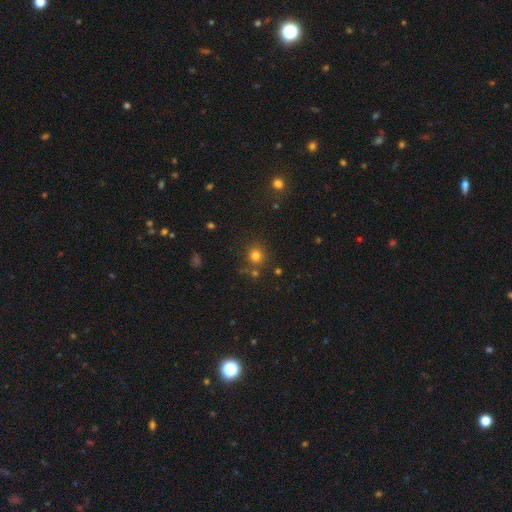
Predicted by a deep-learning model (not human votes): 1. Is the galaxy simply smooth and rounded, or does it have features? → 76% smooth, 17% star or artifact, 7% featured or disk.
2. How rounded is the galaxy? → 89% round, 10% in between, 1% cigar-shaped.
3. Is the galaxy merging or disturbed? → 77% none, 10% minor disturbance, 9% merger, 4% major disturbance.